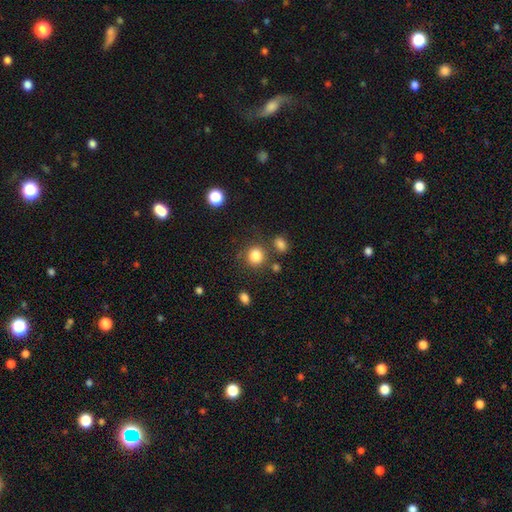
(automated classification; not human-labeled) A smooth galaxy with no disk features (83%) that is round (86%). Merging: none (75%).